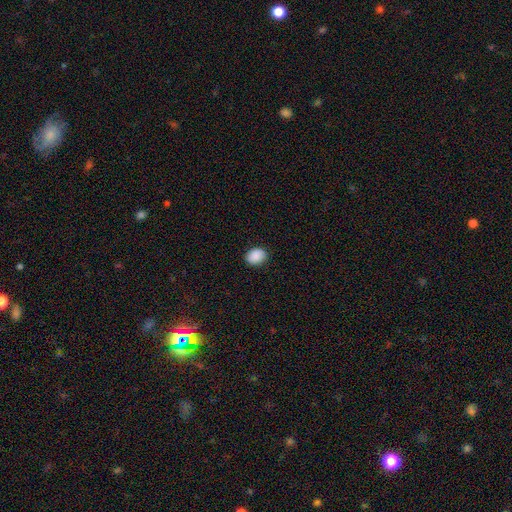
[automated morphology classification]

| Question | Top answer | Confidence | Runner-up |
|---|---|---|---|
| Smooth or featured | smooth | 89% | star or artifact (7%) |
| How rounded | in between | 56% | round (43%) |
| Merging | none | 87% | minor disturbance (10%) |